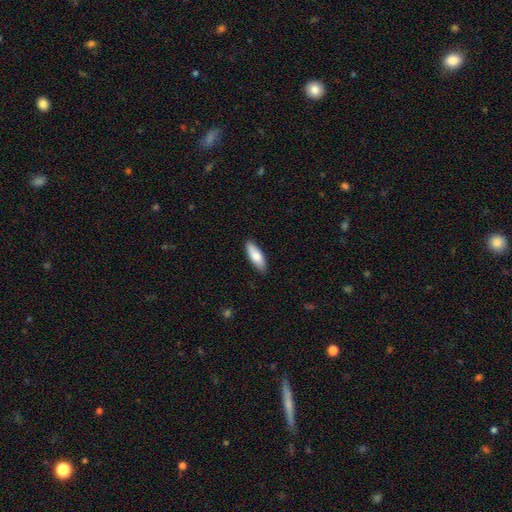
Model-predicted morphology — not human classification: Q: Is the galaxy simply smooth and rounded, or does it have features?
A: smooth — 82%.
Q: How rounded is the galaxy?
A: in between — 59%.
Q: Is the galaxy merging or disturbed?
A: none — 87%.